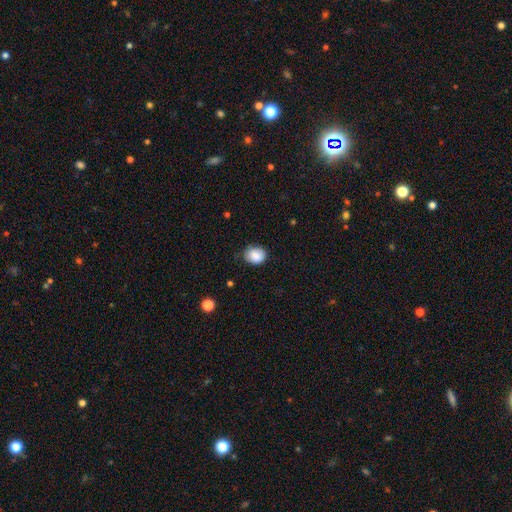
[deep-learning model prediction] A smooth galaxy with no disk features (84%) that is round (51%). Merging: none (72%).